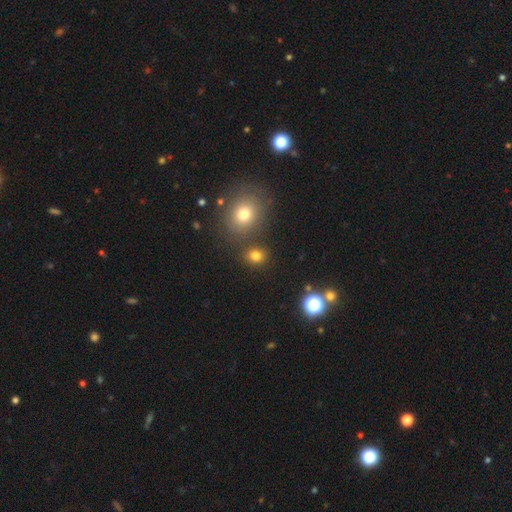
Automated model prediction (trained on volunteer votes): Smooth or featured?
  - smooth: 77% *
  - star or artifact: 16%
  - featured or disk: 6%
How rounded?
  - round: 71% *
  - in between: 28%
  - cigar-shaped: 1%
Merging?
  - none: 78% *
  - merger: 10%
  - minor disturbance: 9%
  - major disturbance: 3%